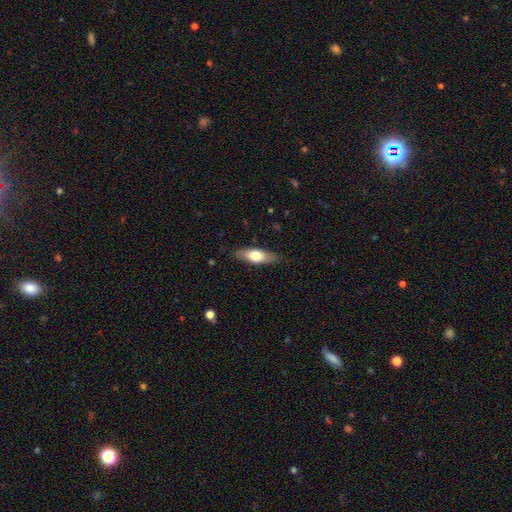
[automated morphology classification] Smooth or featured?
  - smooth: 64% *
  - featured or disk: 30%
  - star or artifact: 6%
How rounded?
  - in between: 65% *
  - cigar-shaped: 32%
  - round: 3%
Merging?
  - none: 84% *
  - minor disturbance: 12%
  - major disturbance: 3%
  - merger: 1%